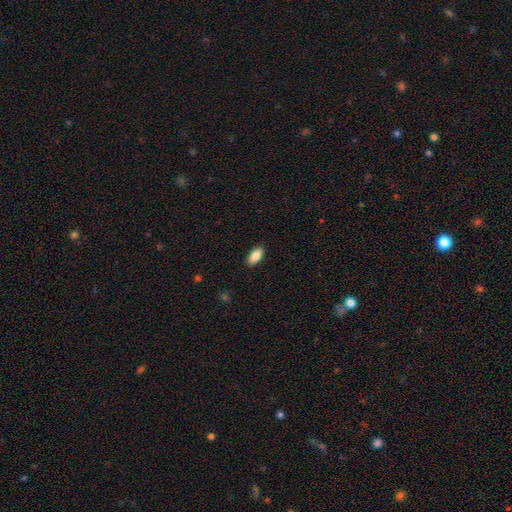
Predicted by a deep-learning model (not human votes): Smooth or featured?
  - smooth: 87% *
  - featured or disk: 6%
  - star or artifact: 6%
How rounded?
  - in between: 90% *
  - cigar-shaped: 8%
  - round: 2%
Merging?
  - none: 89% *
  - minor disturbance: 8%
  - major disturbance: 2%
  - merger: 1%